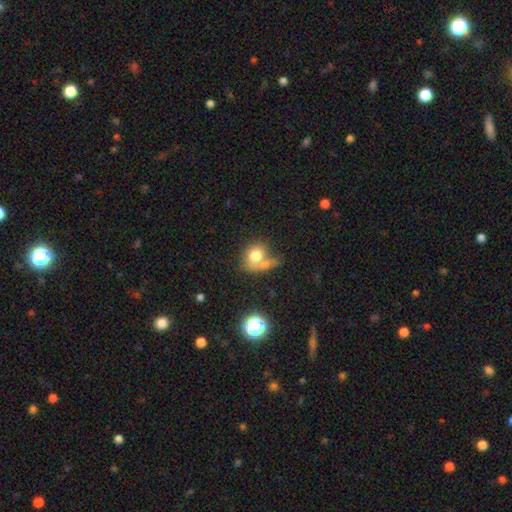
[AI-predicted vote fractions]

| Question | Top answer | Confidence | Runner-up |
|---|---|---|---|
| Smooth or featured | smooth | 74% | featured or disk (16%) |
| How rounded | round | 61% | in between (37%) |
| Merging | merger | 42% | none (35%) |